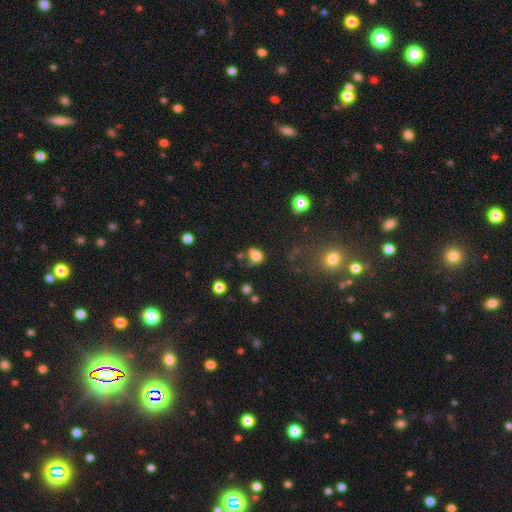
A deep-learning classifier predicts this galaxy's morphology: Q: Smooth or featured?
A: smooth (75%); runner-up: star or artifact (15%)
Q: How rounded?
A: round (67%); runner-up: in between (31%)
Q: Merging?
A: none (45%); runner-up: merger (23%)